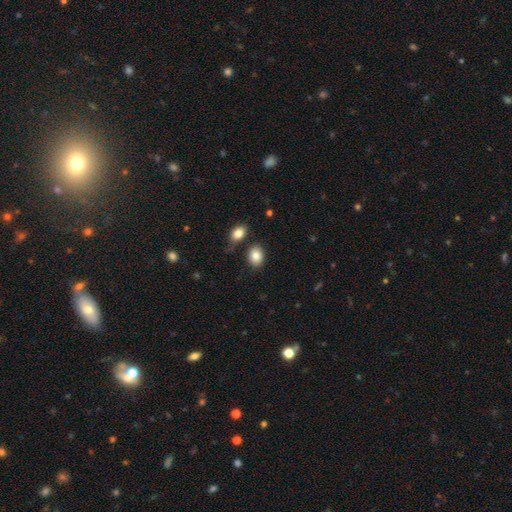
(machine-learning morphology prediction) The model was most divided on "how rounded": in between: 67%, round: 32%, cigar-shaped: 1%. More confident: smooth or featured — smooth (85%); merging — none (79%).